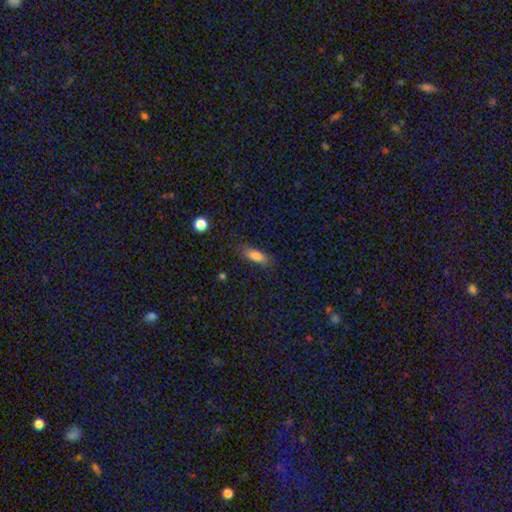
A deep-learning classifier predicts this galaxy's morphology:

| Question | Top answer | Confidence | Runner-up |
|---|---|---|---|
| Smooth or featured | smooth | 81% | featured or disk (10%) |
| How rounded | in between | 64% | cigar-shaped (34%) |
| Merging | none | 80% | minor disturbance (14%) |